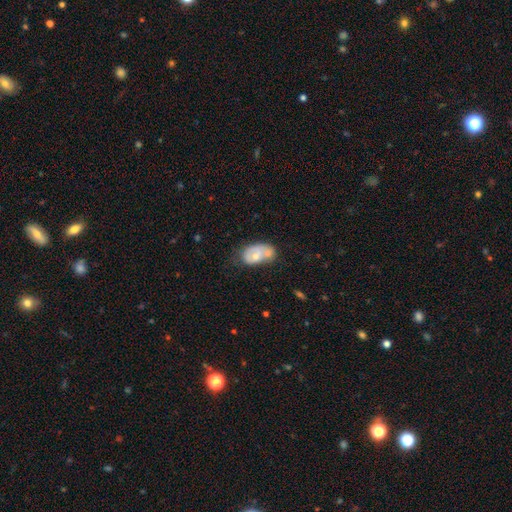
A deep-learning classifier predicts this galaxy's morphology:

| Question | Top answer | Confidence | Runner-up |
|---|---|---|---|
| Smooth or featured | smooth | 58% | featured or disk (35%) |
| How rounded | in between | 88% | round (11%) |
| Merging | merger | 44% | none (25%) |